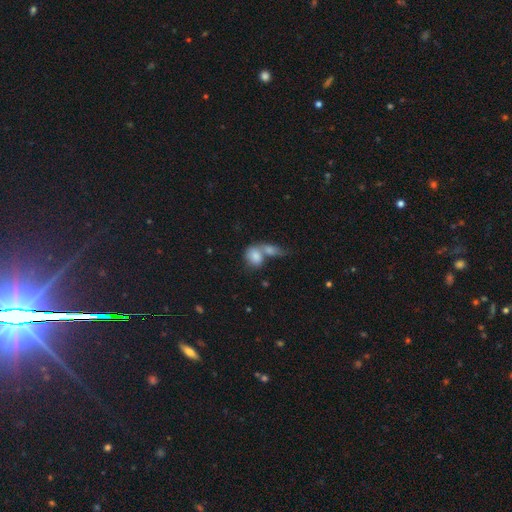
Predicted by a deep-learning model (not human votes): Overall: smooth (81%). How rounded: in between (65%; round 33%). Merging: merger (65%).